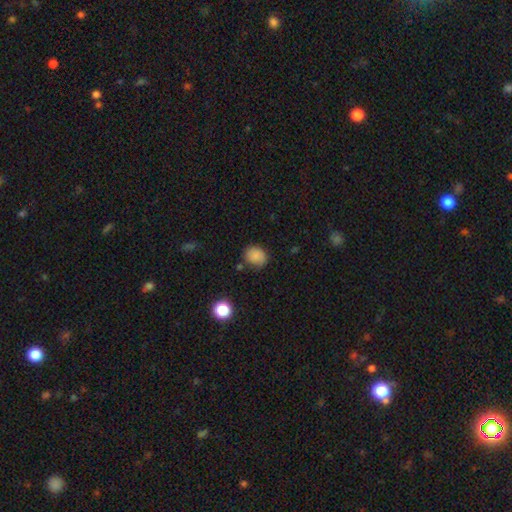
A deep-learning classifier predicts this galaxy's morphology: smooth_or_featured: smooth (p=0.83) [alt: star or artifact p=0.10]
how_rounded: round (p=0.58) [alt: in between p=0.41]
merging: none (p=0.72) [alt: minor disturbance p=0.20]